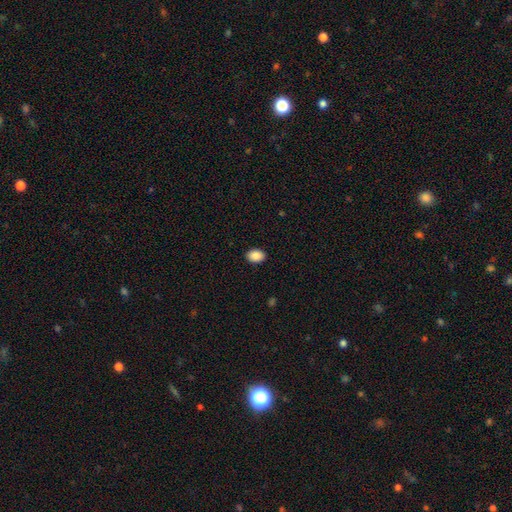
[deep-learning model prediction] Smooth or featured? smooth (89%)
How rounded? in between (78%)
Merging? none (90%)